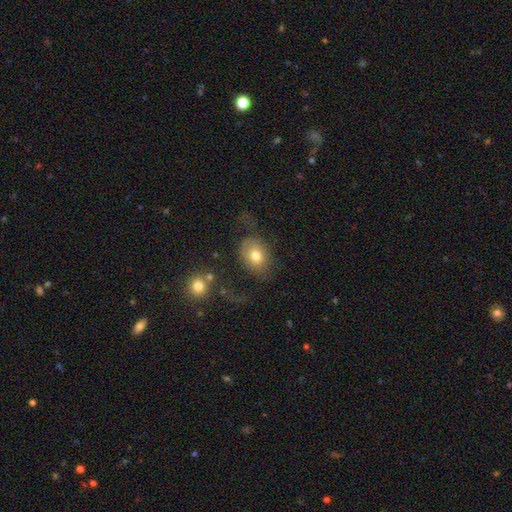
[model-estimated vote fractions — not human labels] Q: Smooth or featured?
A: smooth (67%); runner-up: featured or disk (23%)
Q: How rounded?
A: in between (62%); runner-up: round (37%)
Q: Merging?
A: none (43%); runner-up: major disturbance (29%)